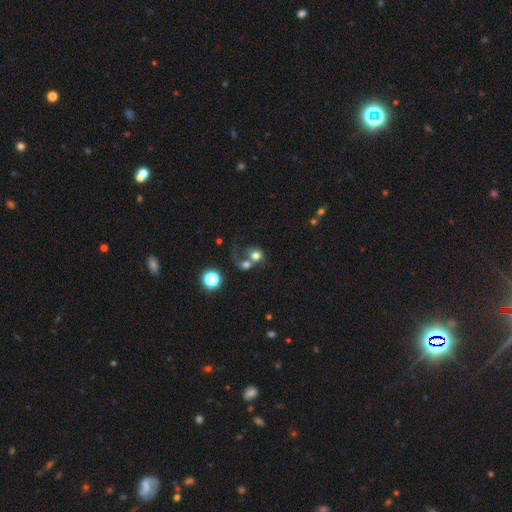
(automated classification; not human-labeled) smooth-or-featured: smooth: 67% | featured or disk: 21% | star or artifact: 13%
  how-rounded: round: 72% | in between: 27% | cigar-shaped: 1%
  merging: merger: 58% | none: 20% | major disturbance: 14% | minor disturbance: 8%